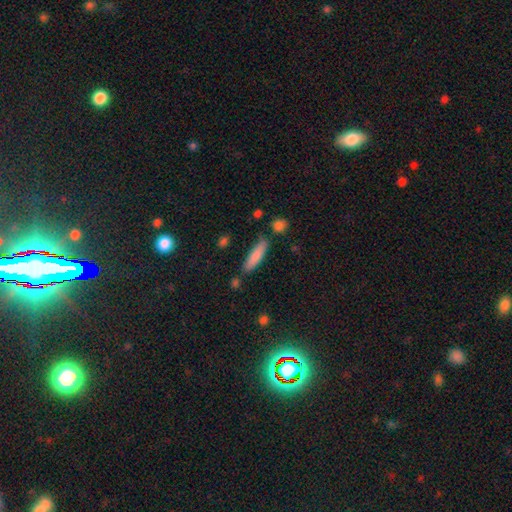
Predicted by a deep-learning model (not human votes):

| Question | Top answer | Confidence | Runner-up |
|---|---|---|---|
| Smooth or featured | smooth | 82% | featured or disk (12%) |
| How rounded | cigar-shaped | 76% | in between (23%) |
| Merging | none | 77% | minor disturbance (14%) |